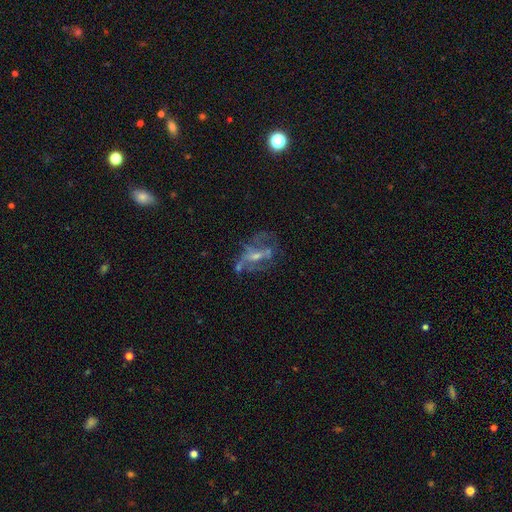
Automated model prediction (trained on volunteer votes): Smooth or featured? featured or disk (67%)
Edge-on disk? no (94%)
Bar? no (52%)
Spiral arms? no (61%)
Bulge size? small (48%)
Merging? none (40%)